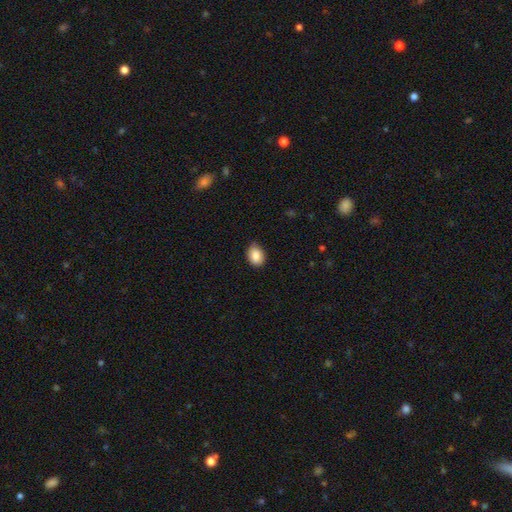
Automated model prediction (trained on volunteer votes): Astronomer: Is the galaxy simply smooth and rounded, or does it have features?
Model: smooth — 87%.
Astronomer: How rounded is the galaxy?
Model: in between — 72%.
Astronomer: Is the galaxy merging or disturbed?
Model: none — 79%.